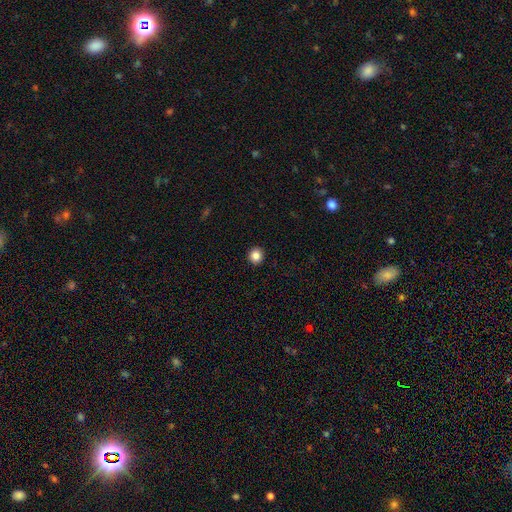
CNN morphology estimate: Smooth or featured: smooth — 85% (star or artifact — 10%)
How rounded: round — 92% (in between — 7%)
Merging: none — 93% (minor disturbance — 4%)